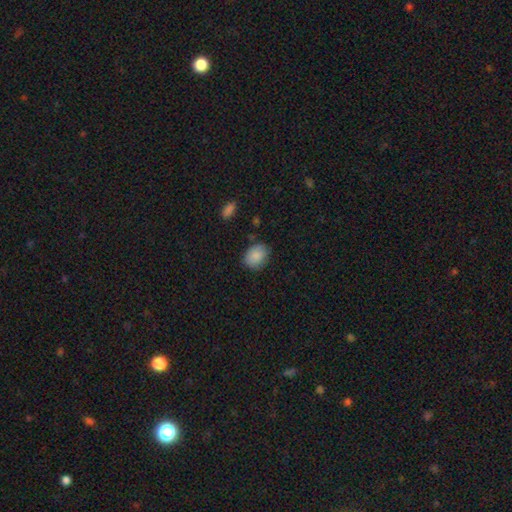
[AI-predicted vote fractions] A smooth galaxy with no disk features (87%) that is in between round and cigar-shaped (62%).

Vote fractions:
- Smooth or featured? smooth: 87% / star or artifact: 7% / featured or disk: 6%
- How rounded? in between: 62% / round: 37% / cigar-shaped: 1%
- Merging? none: 77% / minor disturbance: 17% / major disturbance: 4% / merger: 2%